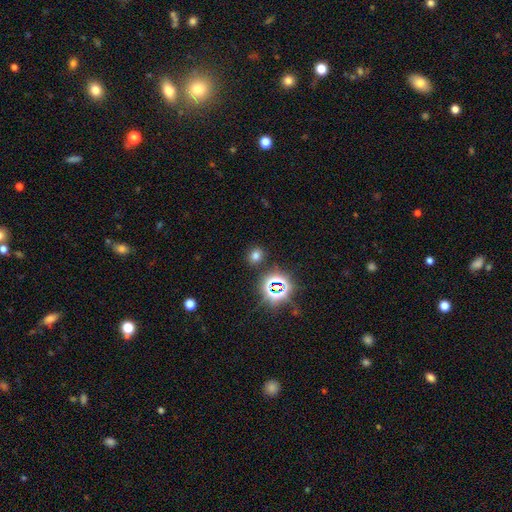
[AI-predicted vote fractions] smooth-or-featured: smooth: 63% | star or artifact: 30% | featured or disk: 7%
  how-rounded: round: 61% | in between: 38% | cigar-shaped: 1%
  merging: none: 84% | minor disturbance: 9% | merger: 4% | major disturbance: 4%